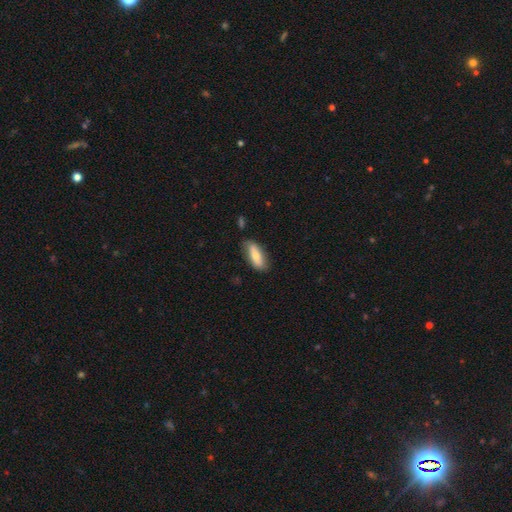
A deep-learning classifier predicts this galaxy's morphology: This appears to be a smooth galaxy with no disk features (74%) that is in between round and cigar-shaped (70%). Merging: none (75%).